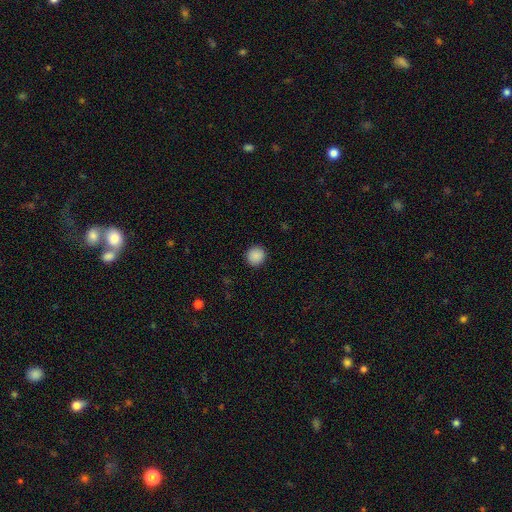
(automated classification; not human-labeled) Smooth or featured: smooth — 89% (star or artifact — 9%)
How rounded: round — 91% (in between — 8%)
Merging: none — 92% (minor disturbance — 5%)